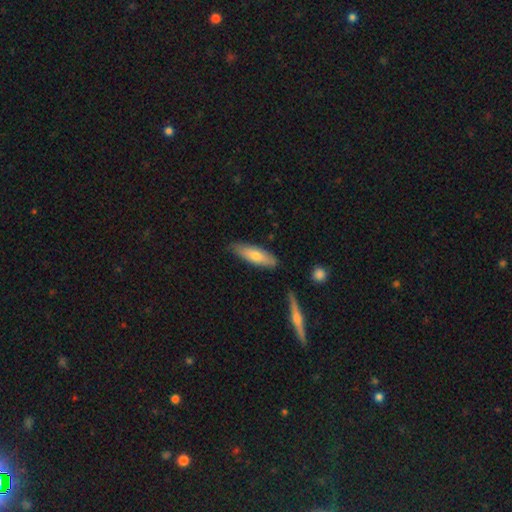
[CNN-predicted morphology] smooth_or_featured: smooth (p=0.69) [alt: featured or disk p=0.25]
how_rounded: cigar-shaped (p=0.52) [alt: in between p=0.46]
merging: none (p=0.78) [alt: minor disturbance p=0.17]